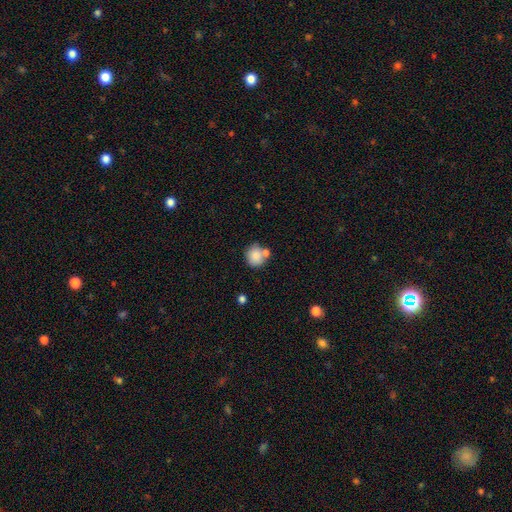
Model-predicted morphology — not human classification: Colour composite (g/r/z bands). It shows a smooth galaxy with no disk features (83%) that is round (83%). Merging: none (57%).